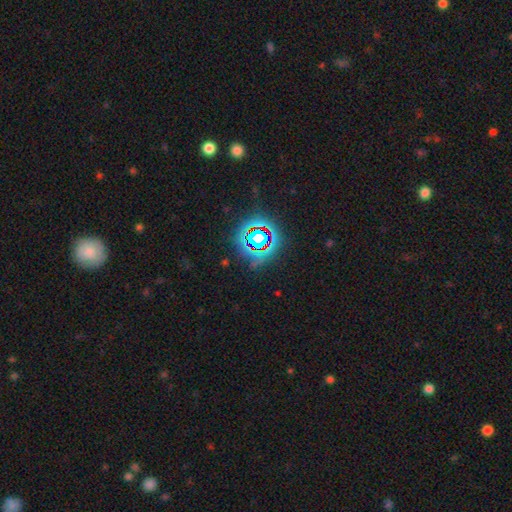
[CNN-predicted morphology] This appears to be a star or artifact, not a galaxy (78%).